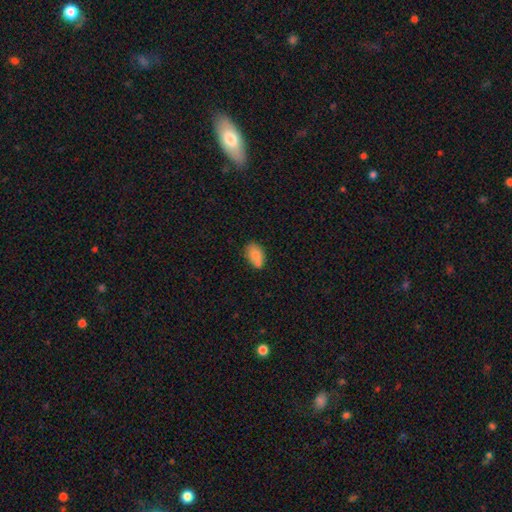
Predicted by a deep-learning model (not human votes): Smooth or featured?
  - smooth: 76% *
  - featured or disk: 16%
  - star or artifact: 9%
How rounded?
  - in between: 85% *
  - round: 13%
  - cigar-shaped: 2%
Merging?
  - none: 55% *
  - minor disturbance: 21%
  - merger: 20%
  - major disturbance: 4%